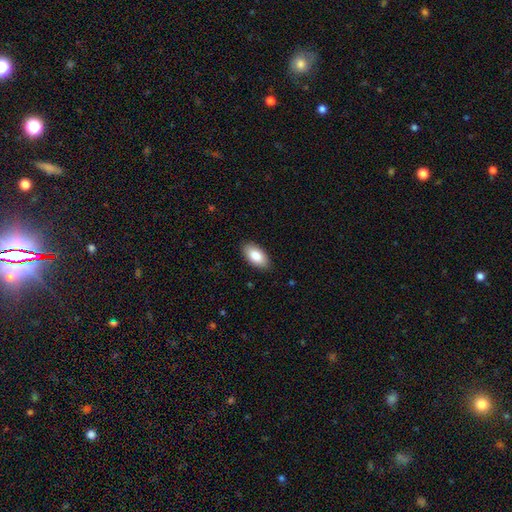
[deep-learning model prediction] The model was most divided on "smooth or featured": smooth: 86%, featured or disk: 8%, star or artifact: 6%. More confident: how rounded — in between (95%); merging — none (88%).